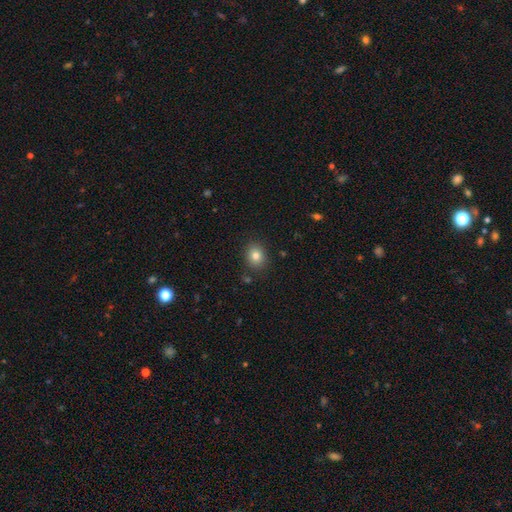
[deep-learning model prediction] Q: Smooth or featured?
A: smooth (80%); runner-up: star or artifact (11%)
Q: How rounded?
A: round (61%); runner-up: in between (38%)
Q: Merging?
A: none (86%); runner-up: minor disturbance (9%)